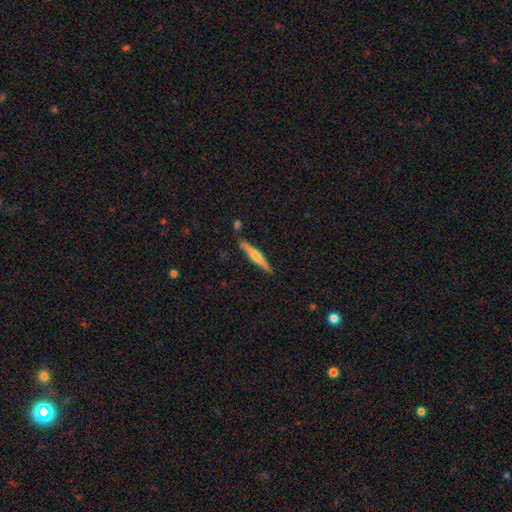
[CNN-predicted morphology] This appears to be a featured or disk galaxy (59%) viewed edge-on (97%) with a rounded central bulge (82%). Merging: none (84%).